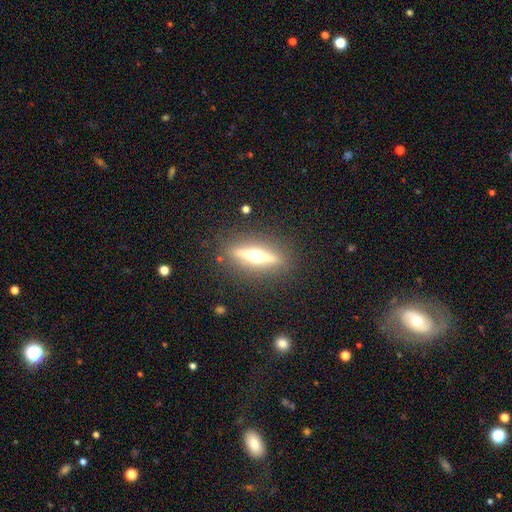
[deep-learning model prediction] Morphology: type=featured or disk (77%); edge-on=yes (96%); edge-on bulge=rounded (96%); merging=none (89%).